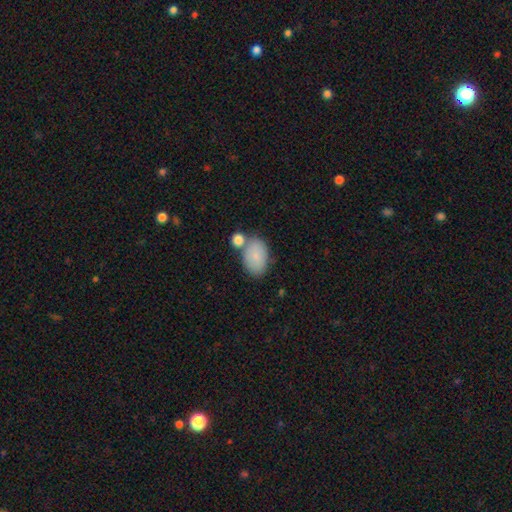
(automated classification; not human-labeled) smooth 82%, featured or disk 11%, star or artifact 6%. Down the decision tree: how rounded — in between (89%); merging — none (54%).